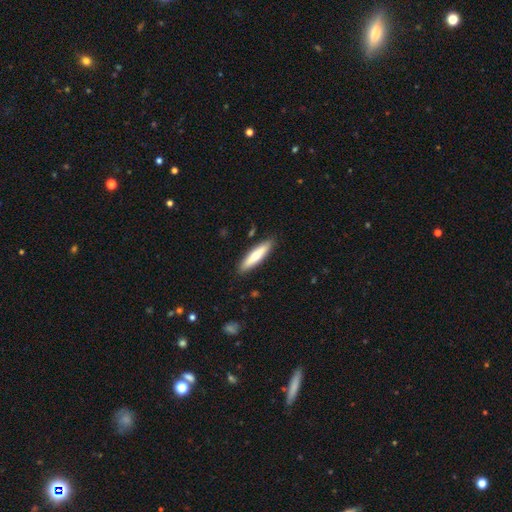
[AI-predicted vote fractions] Overall: smooth (59%; featured or disk 36%). How rounded: cigar-shaped (77%). Merging: none (89%).